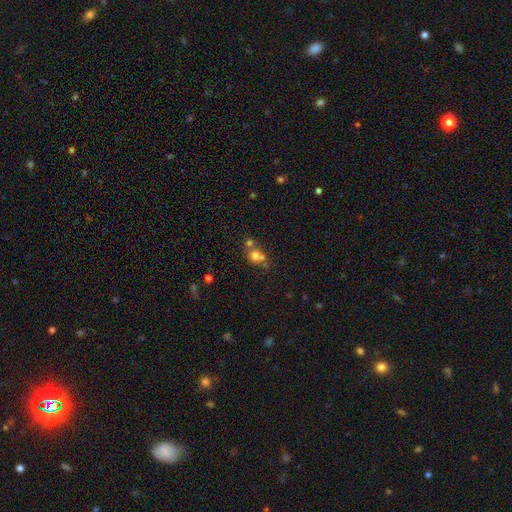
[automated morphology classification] A smooth galaxy with no disk features (67%) that is round (78%).

Vote fractions:
- Smooth or featured? smooth: 67% / star or artifact: 17% / featured or disk: 16%
- How rounded? round: 78% / in between: 21% / cigar-shaped: 1%
- Merging? merger: 48% / none: 41% / minor disturbance: 8% / major disturbance: 4%